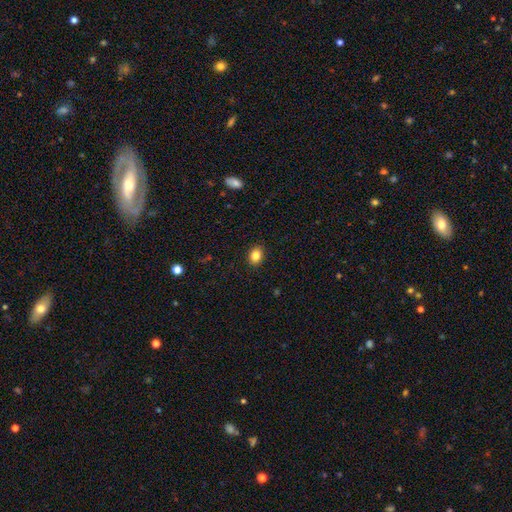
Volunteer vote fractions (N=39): smooth 77%, featured or disk 13%, star or artifact 10%. Down the decision tree: how rounded — in between (70%); merging — none (89%).